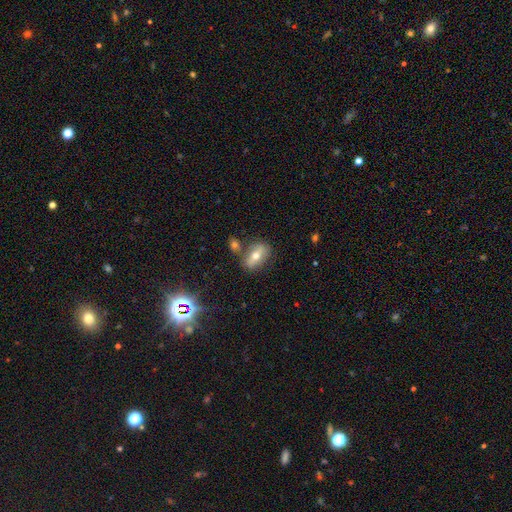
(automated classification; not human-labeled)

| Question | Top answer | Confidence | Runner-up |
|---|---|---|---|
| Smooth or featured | smooth | 50% | featured or disk (40%) |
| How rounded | in between | 79% | cigar-shaped (12%) |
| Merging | none | 70% | minor disturbance (14%) |